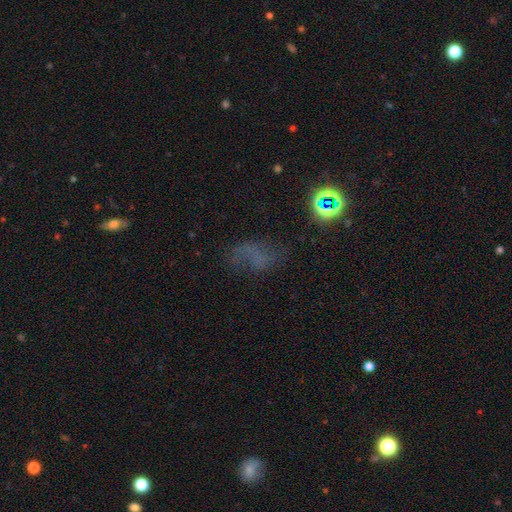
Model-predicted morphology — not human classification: type=smooth (38%); merging=none (51%).